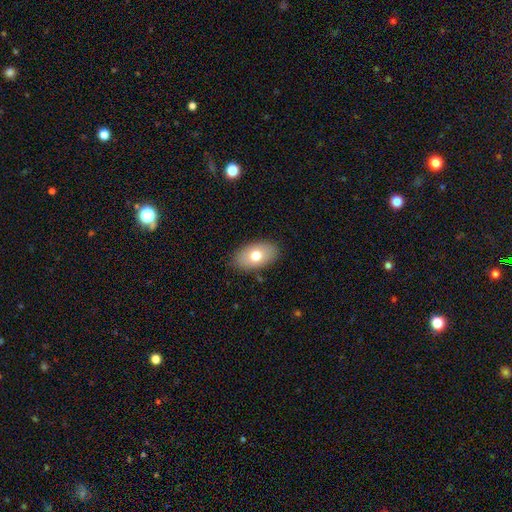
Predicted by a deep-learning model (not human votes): smooth-or-featured: smooth: 71% | featured or disk: 21% | star or artifact: 8%
  how-rounded: in between: 92% | round: 6% | cigar-shaped: 2%
  merging: none: 85% | minor disturbance: 12% | major disturbance: 3% | merger: 1%